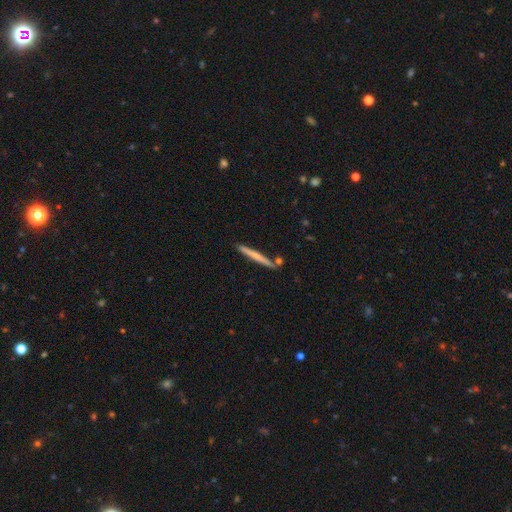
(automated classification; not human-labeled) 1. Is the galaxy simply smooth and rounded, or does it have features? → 56% smooth, 39% featured or disk, 5% star or artifact.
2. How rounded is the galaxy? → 97% cigar-shaped, 2% in between, 1% round.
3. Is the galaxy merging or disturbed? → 86% none, 8% minor disturbance, 5% merger, 2% major disturbance.